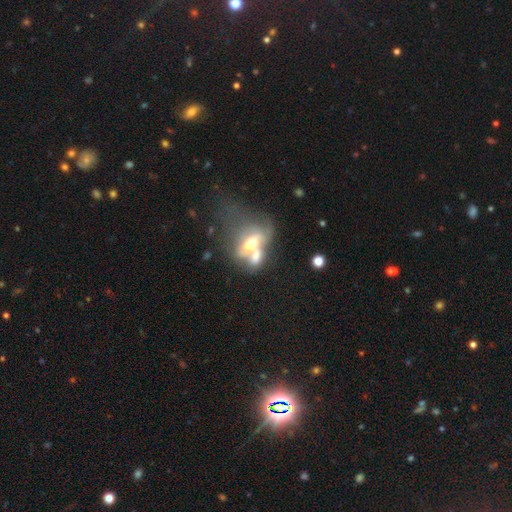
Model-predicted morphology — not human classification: Smooth or featured?
  - smooth: 47% *
  - featured or disk: 43%
  - star or artifact: 10%
Merging?
  - merger: 68% *
  - major disturbance: 14%
  - none: 11%
  - minor disturbance: 7%